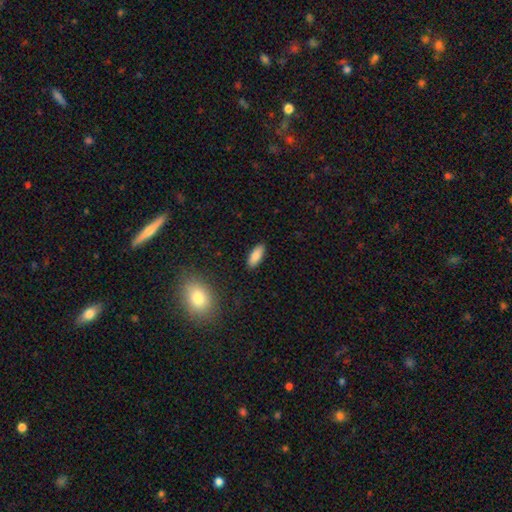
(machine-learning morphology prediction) A smooth galaxy with no disk features (88%) that is in between round and cigar-shaped (78%). Merging: none (89%).